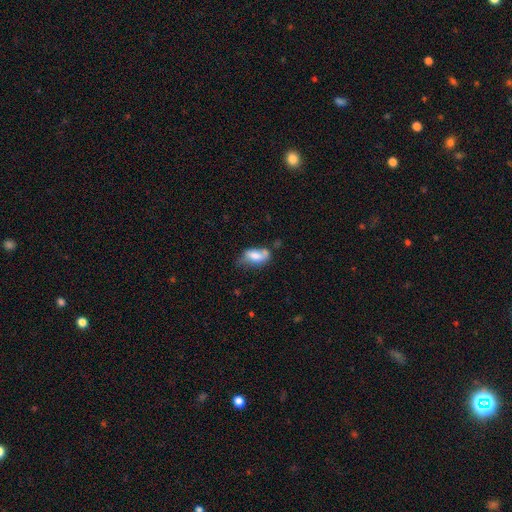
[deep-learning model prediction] Morphology: type=smooth (68%); roundness=in between (88%); merging=none (33%).